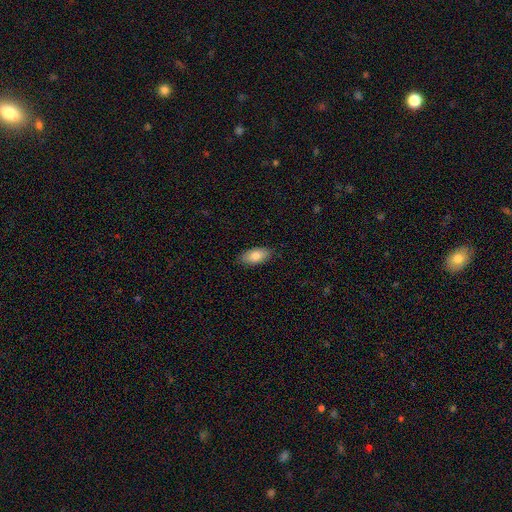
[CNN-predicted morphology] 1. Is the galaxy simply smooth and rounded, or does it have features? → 82% smooth, 12% featured or disk, 6% star or artifact.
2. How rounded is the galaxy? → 92% in between, 5% cigar-shaped, 3% round.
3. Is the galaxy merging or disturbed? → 87% none, 10% minor disturbance, 2% major disturbance, 1% merger.